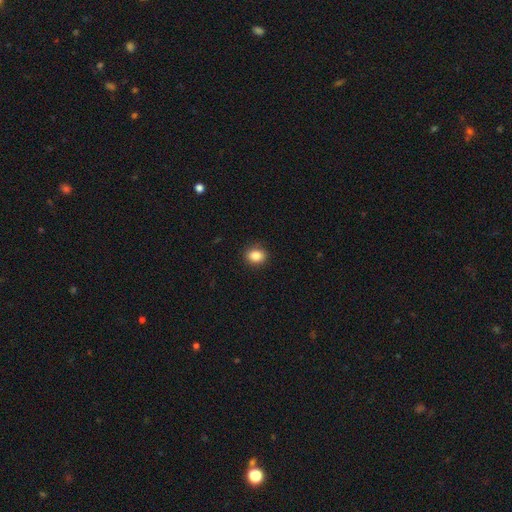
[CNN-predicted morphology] smooth 86%, star or artifact 9%, featured or disk 4%. Down the decision tree: how rounded — round (50%); merging — none (88%).